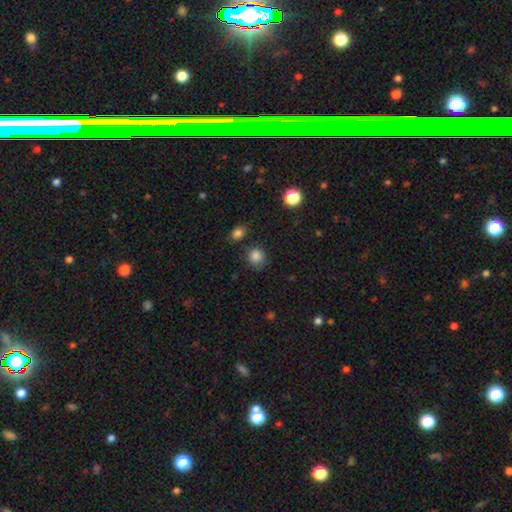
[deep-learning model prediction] Q: Smooth or featured?
A: smooth (85%); runner-up: star or artifact (12%)
Q: How rounded?
A: round (86%); runner-up: in between (13%)
Q: Merging?
A: none (77%); runner-up: minor disturbance (15%)